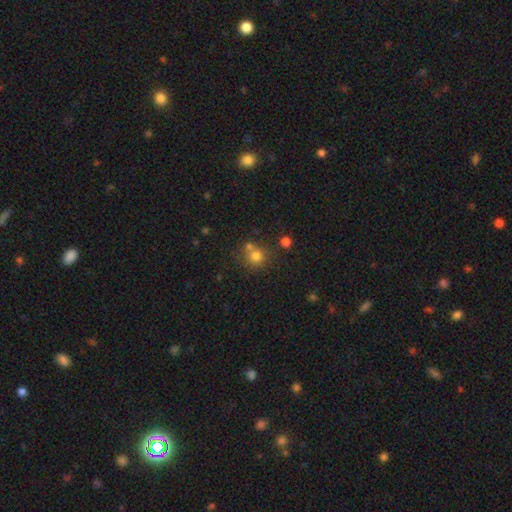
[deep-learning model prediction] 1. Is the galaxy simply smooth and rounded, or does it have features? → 75% smooth, 15% star or artifact, 10% featured or disk.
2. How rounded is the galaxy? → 88% round, 11% in between, 1% cigar-shaped.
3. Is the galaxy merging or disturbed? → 59% none, 28% merger, 9% minor disturbance, 4% major disturbance.